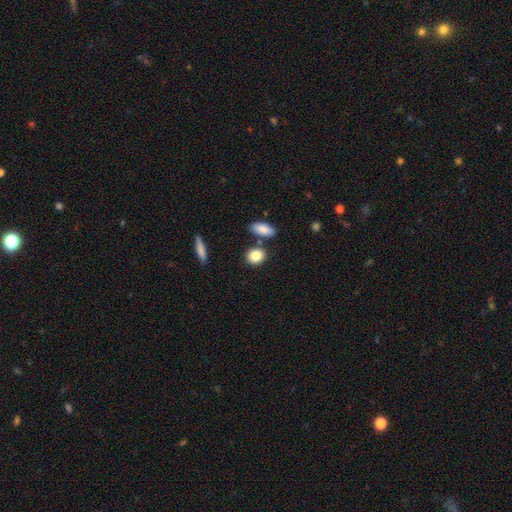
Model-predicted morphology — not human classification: Smooth or featured?
  - smooth: 85% *
  - star or artifact: 8%
  - featured or disk: 7%
How rounded?
  - round: 58% *
  - in between: 39%
  - cigar-shaped: 3%
Merging?
  - none: 75% *
  - merger: 12%
  - minor disturbance: 11%
  - major disturbance: 3%